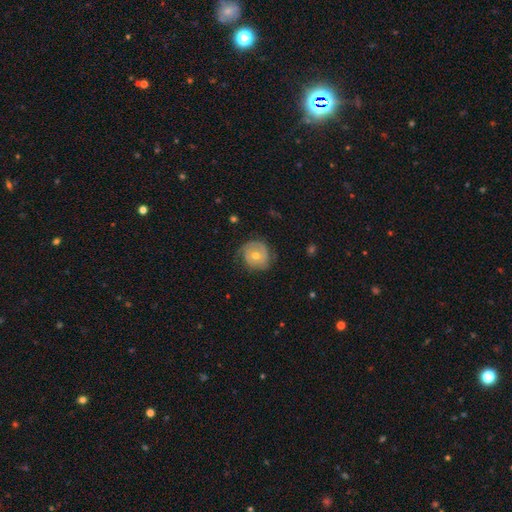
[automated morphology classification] smooth_or_featured: featured or disk (p=0.64) [alt: smooth p=0.29]
disk_edge_on: no (p=0.97) [alt: yes p=0.03]
bar: no (p=0.77) [alt: weak p=0.18]
has_spiral_arms: yes (p=0.78) [alt: no p=0.22]
bulge_size: moderate (p=0.69) [alt: small p=0.27]
merging: none (p=0.69) [alt: minor disturbance p=0.22]